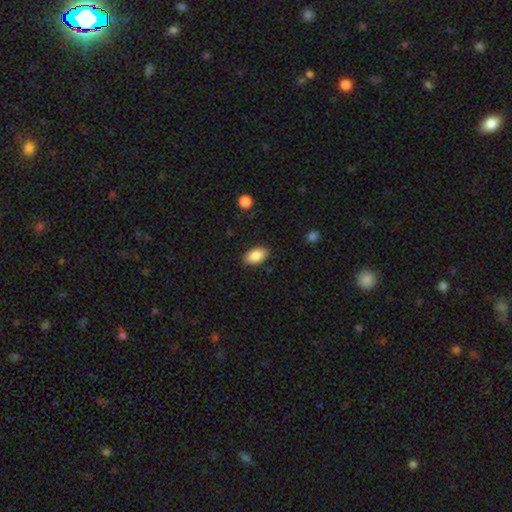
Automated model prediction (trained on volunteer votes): Smooth or featured: smooth — 87% (star or artifact — 7%)
How rounded: in between — 93% (round — 5%)
Merging: none — 87% (minor disturbance — 10%)